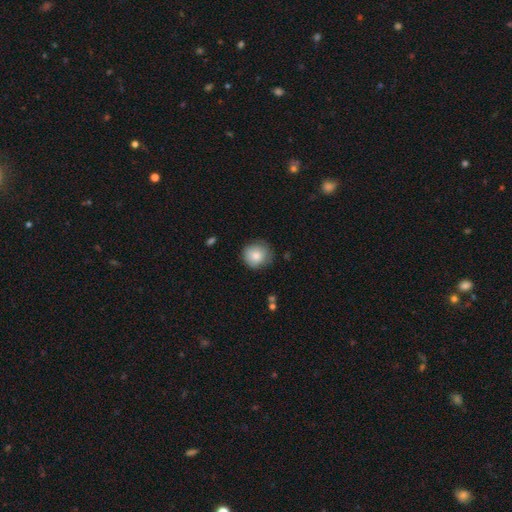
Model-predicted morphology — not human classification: This appears to be a smooth galaxy with no disk features (82%) that is round (90%). Merging: none (77%).